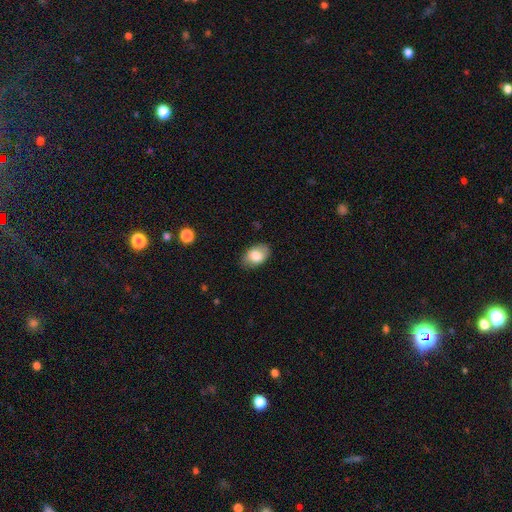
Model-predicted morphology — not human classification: This is likely a smooth galaxy (79%). How rounded: clearly in between (88%). Merging: clearly none (81%).